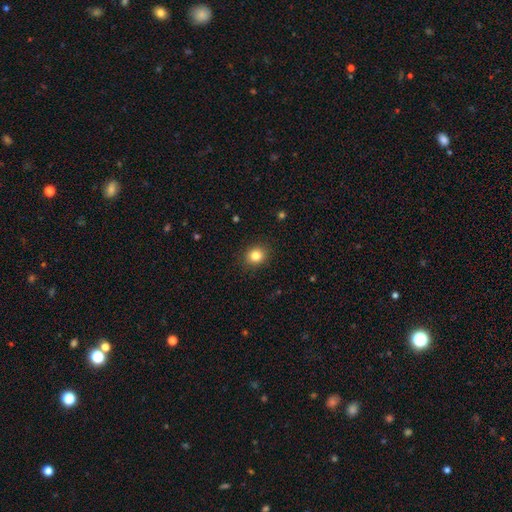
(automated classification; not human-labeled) Smooth or featured?
  - smooth: 83% *
  - star or artifact: 11%
  - featured or disk: 6%
How rounded?
  - round: 75% *
  - in between: 24%
  - cigar-shaped: 1%
Merging?
  - none: 90% *
  - minor disturbance: 7%
  - major disturbance: 2%
  - merger: 1%